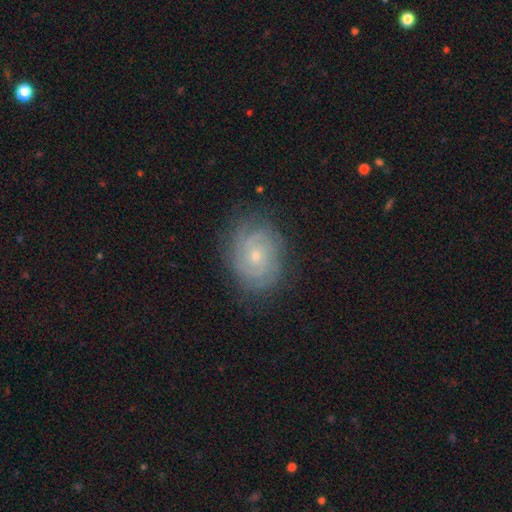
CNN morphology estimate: Overall: featured or disk (82%). Edge-on disk: no (97%). Bar: no (73%). Spiral arms: yes (96%). Spiral arm count: 2 (34%; can't tell 28%). Spiral winding: tight (73%). Bulge size: small (67%; moderate 29%). Merging: none (80%).